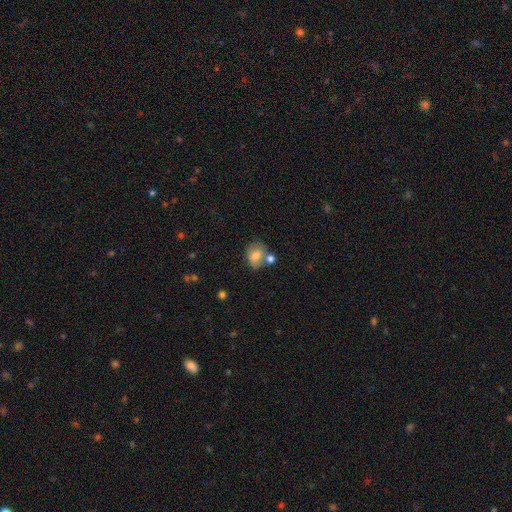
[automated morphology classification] This appears to be a smooth galaxy with no disk features (71%) that is in between round and cigar-shaped (54%). Merging: none (48%).